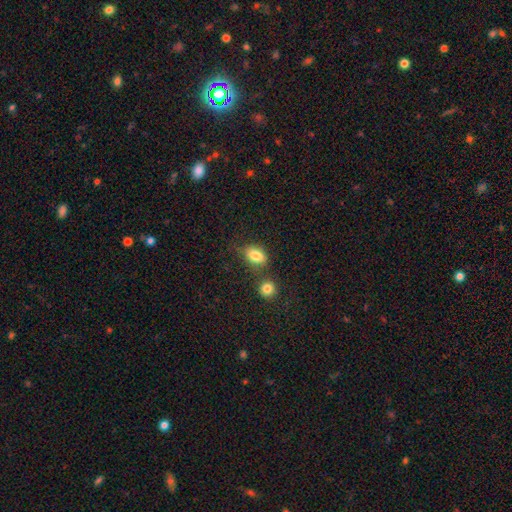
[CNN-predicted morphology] Smooth or featured?
  - smooth: 83% *
  - star or artifact: 10%
  - featured or disk: 8%
How rounded?
  - in between: 81% *
  - round: 17%
  - cigar-shaped: 2%
Merging?
  - none: 63% *
  - merger: 16%
  - minor disturbance: 16%
  - major disturbance: 5%